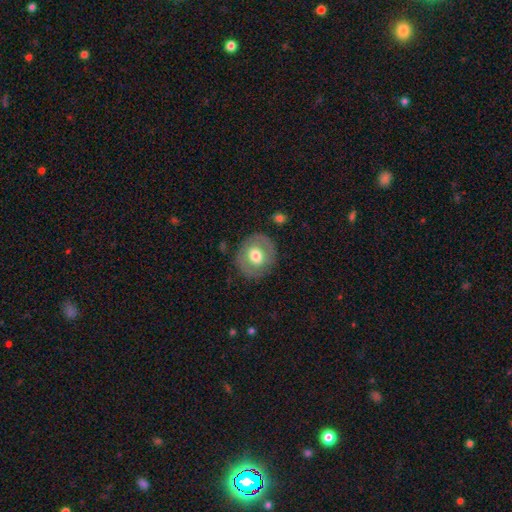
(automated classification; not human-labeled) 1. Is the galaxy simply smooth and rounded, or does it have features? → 56% smooth, 37% featured or disk, 7% star or artifact.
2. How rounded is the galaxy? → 78% round, 21% in between, 1% cigar-shaped.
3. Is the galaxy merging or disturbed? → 83% none, 11% minor disturbance, 4% major disturbance, 1% merger.